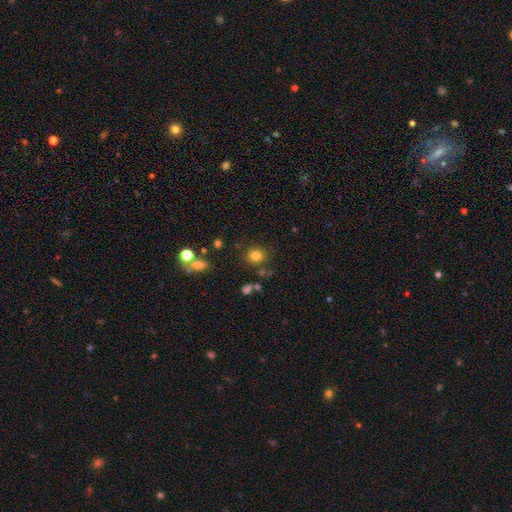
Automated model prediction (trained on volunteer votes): A smooth galaxy with no disk features (80%) that is round (83%).

Vote fractions:
- Smooth or featured? smooth: 80% / star or artifact: 13% / featured or disk: 7%
- How rounded? round: 83% / in between: 16% / cigar-shaped: 1%
- Merging? none: 83% / minor disturbance: 9% / merger: 5% / major disturbance: 4%